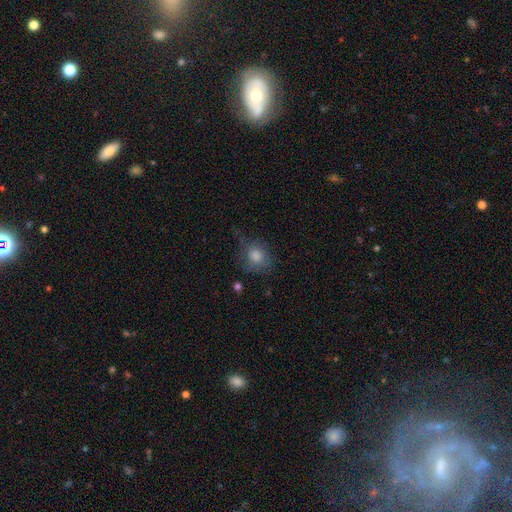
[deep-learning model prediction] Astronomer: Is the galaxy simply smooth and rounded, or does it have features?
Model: smooth — 75%.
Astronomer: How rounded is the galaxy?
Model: round — 72%.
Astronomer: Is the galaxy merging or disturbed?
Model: none — 63%.